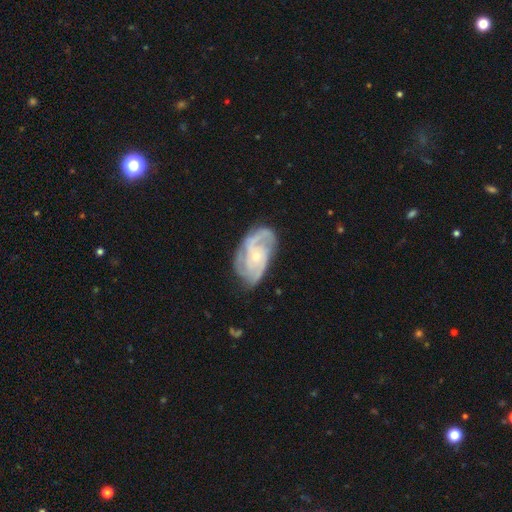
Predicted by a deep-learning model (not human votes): smooth-or-featured: featured or disk: 86% | smooth: 9% | star or artifact: 5%
  disk-edge-on: no: 97% | yes: 3%
    bar: no: 68% | weak: 27% | strong: 5%
    has-spiral-arms: yes: 96% | no: 4%
      spiral-winding: tight: 47% | medium: 42% | loose: 11%
      spiral-arm-count: 3: 35% | 2: 28% | can't tell: 17% | 4: 10% | 1: 5% | more than 4: 5%
    bulge-size: small: 70% | moderate: 26% | none: 2% | large: 1% | dominant: 1%
  merging: none: 69% | minor disturbance: 21% | major disturbance: 8% | merger: 2%